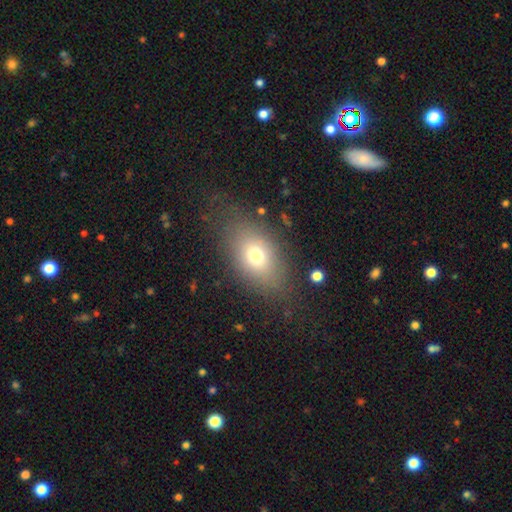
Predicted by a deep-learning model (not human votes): Overall: smooth (70%). How rounded: in between (81%). Merging: none (75%).